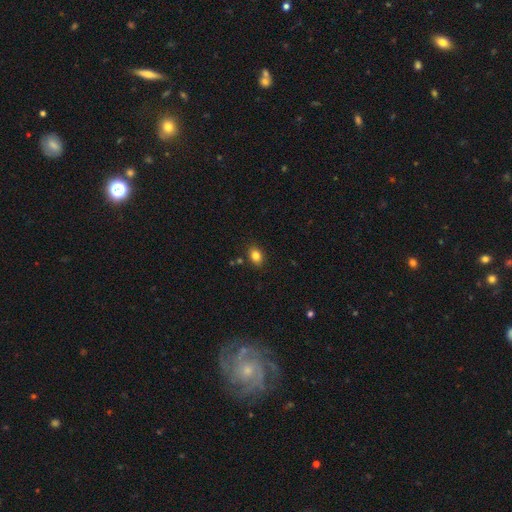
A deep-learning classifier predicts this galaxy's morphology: Q: Smooth or featured?
A: smooth (83%); runner-up: star or artifact (10%)
Q: How rounded?
A: in between (68%); runner-up: round (31%)
Q: Merging?
A: none (85%); runner-up: minor disturbance (10%)